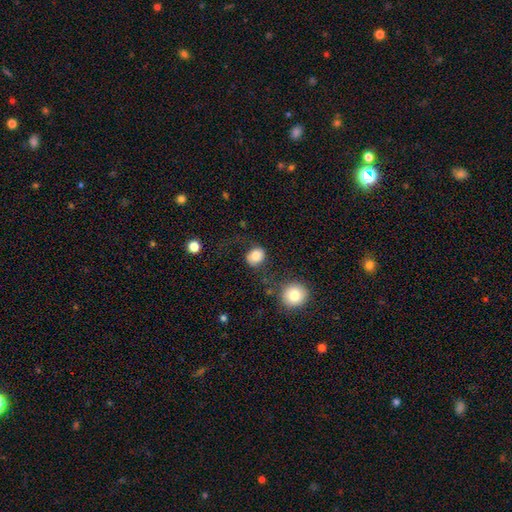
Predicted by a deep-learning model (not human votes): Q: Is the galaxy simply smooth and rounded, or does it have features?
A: smooth — 83%.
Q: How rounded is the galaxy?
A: round — 62%.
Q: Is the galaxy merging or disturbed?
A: none — 64%.